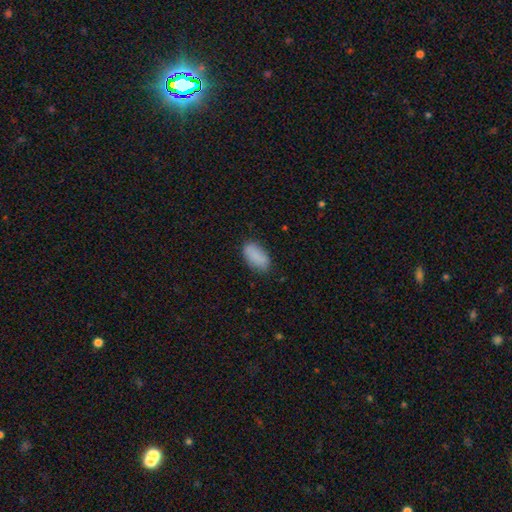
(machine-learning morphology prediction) A smooth galaxy with no disk features (87%) that is in between round and cigar-shaped (93%). Merging: none (81%).